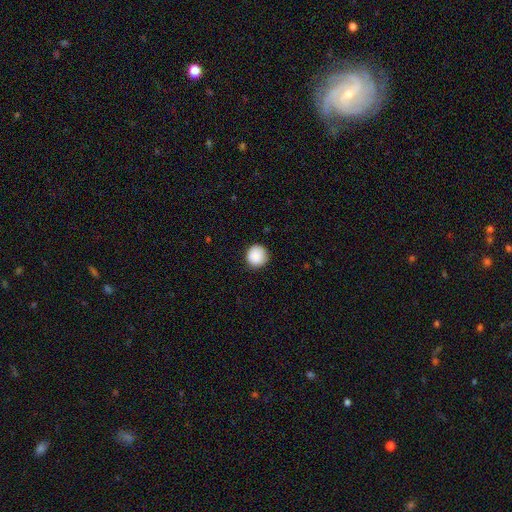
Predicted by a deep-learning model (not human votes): Smooth or featured: smooth — 89% (star or artifact — 8%)
How rounded: round — 95% (in between — 4%)
Merging: none — 90% (minor disturbance — 8%)